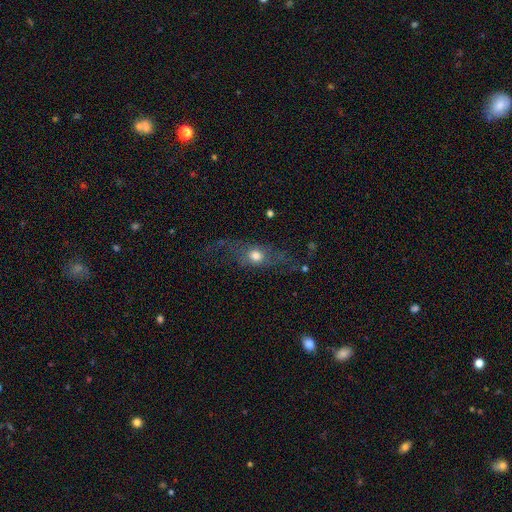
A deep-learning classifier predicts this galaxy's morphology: smooth-or-featured: featured or disk: 46% | smooth: 42% | star or artifact: 12%
  merging: none: 54% | major disturbance: 24% | minor disturbance: 18% | merger: 3%